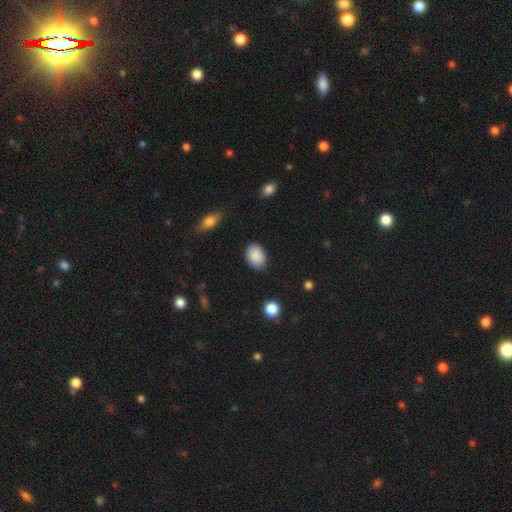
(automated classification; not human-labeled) Smooth or featured: smooth — 89% (star or artifact — 7%)
How rounded: in between — 80% (round — 19%)
Merging: none — 85% (minor disturbance — 11%)